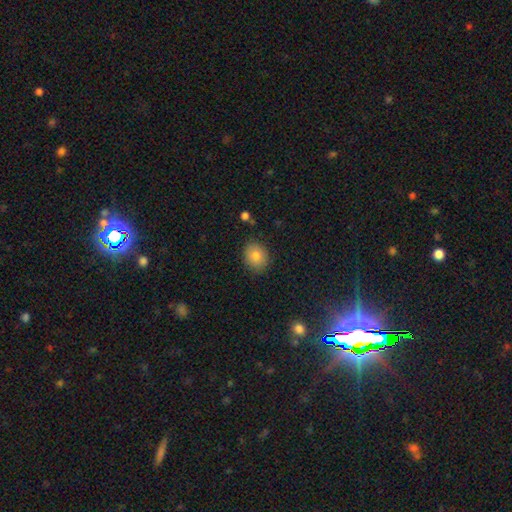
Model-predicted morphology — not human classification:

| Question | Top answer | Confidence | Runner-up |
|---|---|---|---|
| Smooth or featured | smooth | 82% | star or artifact (9%) |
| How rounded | round | 55% | in between (44%) |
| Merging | none | 86% | minor disturbance (10%) |